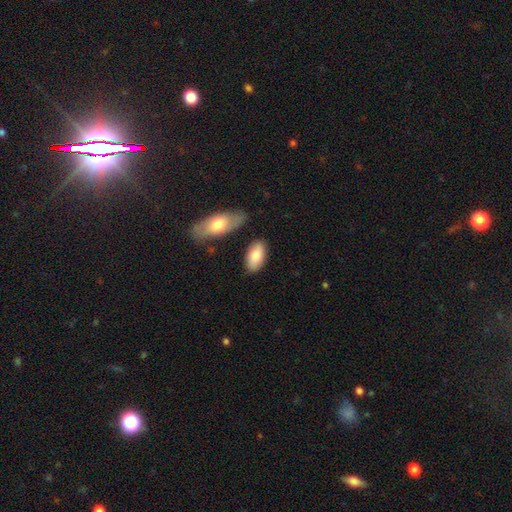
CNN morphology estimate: Smooth or featured? Predicted: smooth (p=0.83). How rounded? Predicted: in between (p=0.92). Merging? Predicted: none (p=0.80).